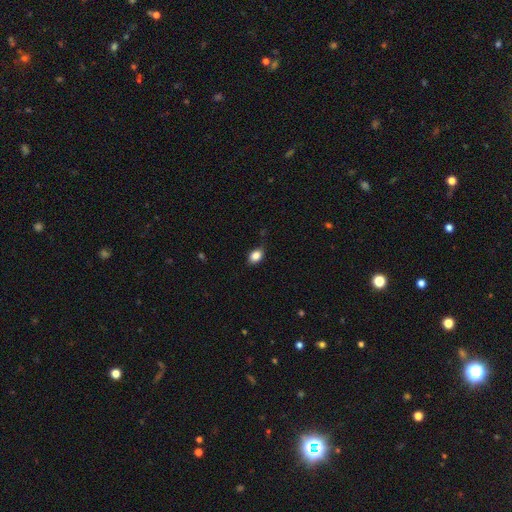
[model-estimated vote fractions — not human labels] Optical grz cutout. It shows a smooth galaxy with no disk features (84%) that is in between round and cigar-shaped (77%). Merging: none (76%).